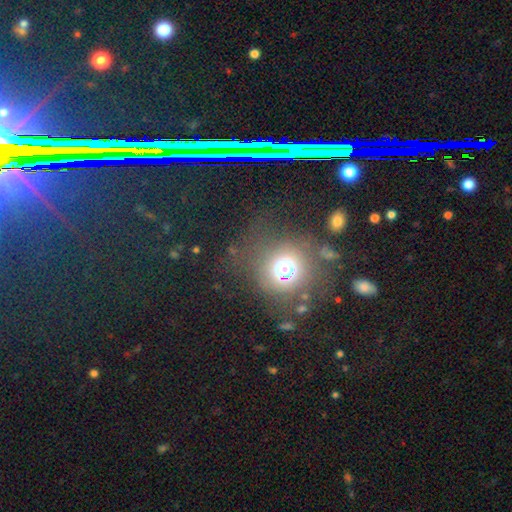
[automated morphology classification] Smooth or featured?
  - star or artifact: 44% *
  - smooth: 42%
  - featured or disk: 14%